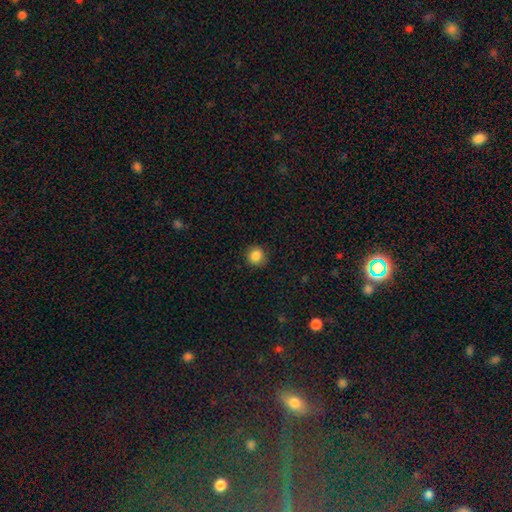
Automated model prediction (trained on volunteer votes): Smooth or featured? Predicted: smooth (p=0.86). How rounded? Predicted: round (p=0.90). Merging? Predicted: none (p=0.89).